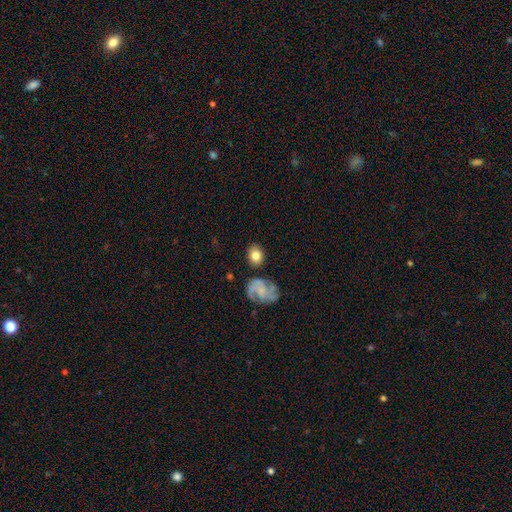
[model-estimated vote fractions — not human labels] A smooth galaxy with no disk features (74%) that is round (52%).

Vote fractions:
- Smooth or featured? smooth: 74% / featured or disk: 19% / star or artifact: 7%
- How rounded? round: 52% / in between: 46% / cigar-shaped: 1%
- Merging? none: 77% / minor disturbance: 13% / merger: 5% / major disturbance: 5%